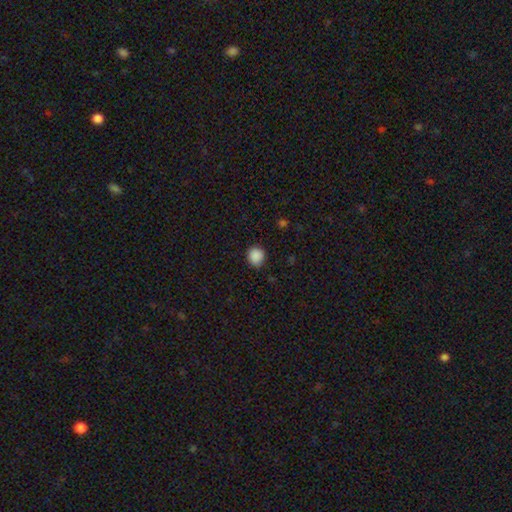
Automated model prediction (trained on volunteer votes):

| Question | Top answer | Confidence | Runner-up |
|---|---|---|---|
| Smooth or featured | smooth | 88% | star or artifact (9%) |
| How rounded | round | 84% | in between (16%) |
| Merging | none | 84% | minor disturbance (13%) |